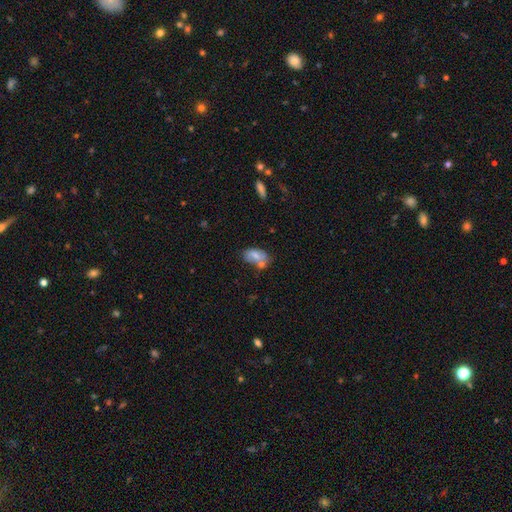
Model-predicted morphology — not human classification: Smooth or featured? Predicted: smooth (p=0.68). How rounded? Predicted: in between (p=0.90). Merging? Predicted: none (p=0.43).